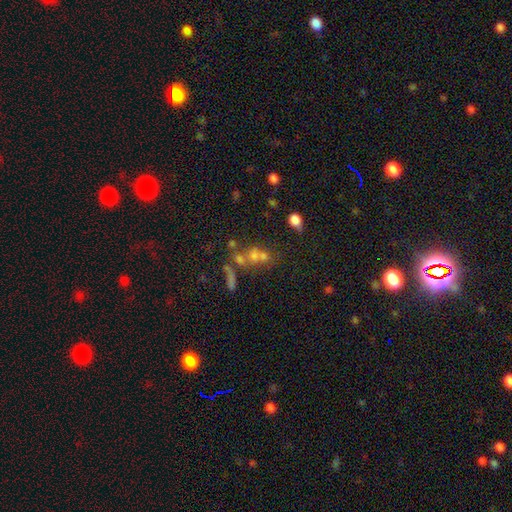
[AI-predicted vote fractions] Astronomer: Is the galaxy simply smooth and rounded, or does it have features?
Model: smooth — 44% (runner-up: star or artifact, 29%).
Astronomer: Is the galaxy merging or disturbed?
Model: merger — 45% (runner-up: none, 37%).